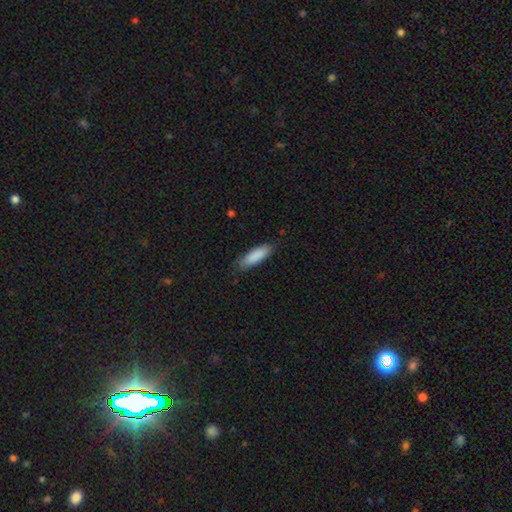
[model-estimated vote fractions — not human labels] Smooth or featured?
  - smooth: 88% *
  - featured or disk: 6%
  - star or artifact: 6%
How rounded?
  - cigar-shaped: 50% *
  - in between: 49%
  - round: 1%
Merging?
  - none: 83% *
  - minor disturbance: 14%
  - major disturbance: 2%
  - merger: 1%